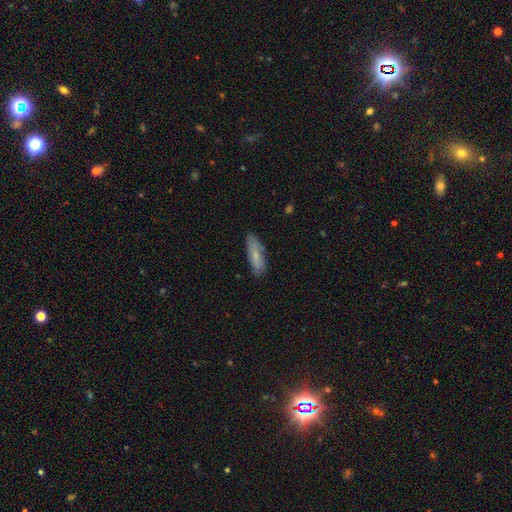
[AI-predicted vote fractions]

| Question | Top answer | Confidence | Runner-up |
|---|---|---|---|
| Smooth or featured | smooth | 65% | featured or disk (29%) |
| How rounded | in between | 51% | cigar-shaped (47%) |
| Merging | none | 80% | minor disturbance (16%) |